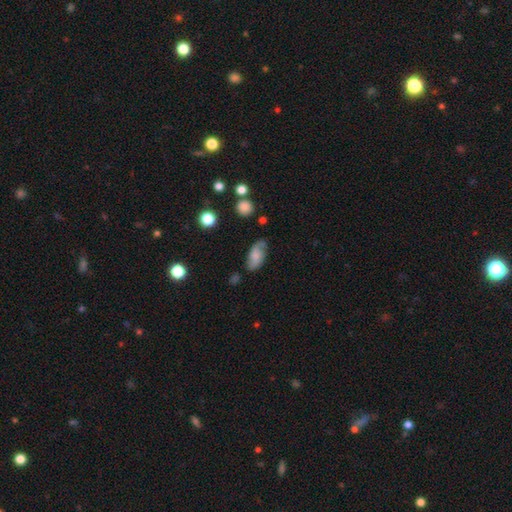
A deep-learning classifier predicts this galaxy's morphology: Smooth or featured? Predicted: smooth (p=0.58). How rounded? Predicted: in between (p=0.89). Merging? Predicted: none (p=0.69).